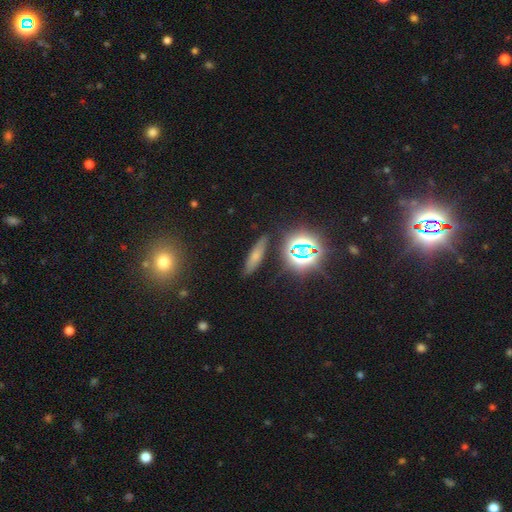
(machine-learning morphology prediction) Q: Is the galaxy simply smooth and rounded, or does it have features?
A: smooth — 58%.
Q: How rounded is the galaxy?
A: cigar-shaped — 63%.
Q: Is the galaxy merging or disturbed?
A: none — 83%.